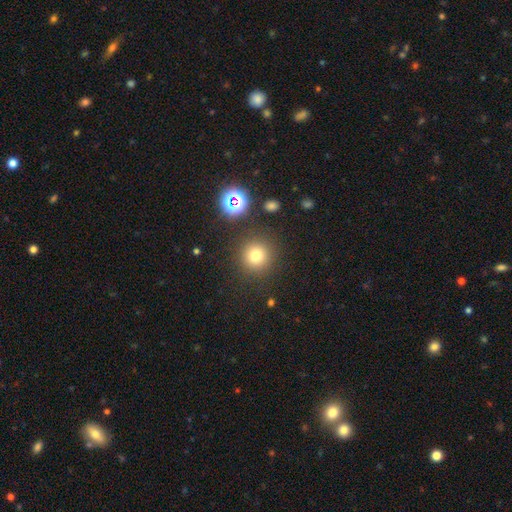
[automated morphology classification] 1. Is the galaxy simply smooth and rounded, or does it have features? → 76% smooth, 17% star or artifact, 8% featured or disk.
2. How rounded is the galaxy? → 93% round, 6% in between, 1% cigar-shaped.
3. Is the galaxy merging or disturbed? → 86% none, 7% minor disturbance, 4% major disturbance, 3% merger.